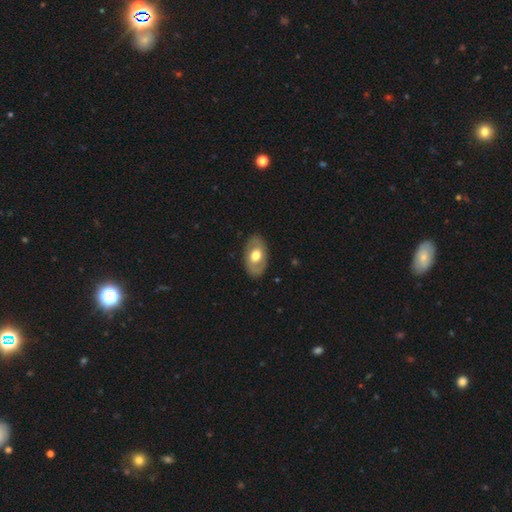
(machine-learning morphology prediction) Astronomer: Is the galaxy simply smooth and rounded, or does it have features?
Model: featured or disk — 47%, tied with smooth at 47%.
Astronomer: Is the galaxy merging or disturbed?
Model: none — 85%.